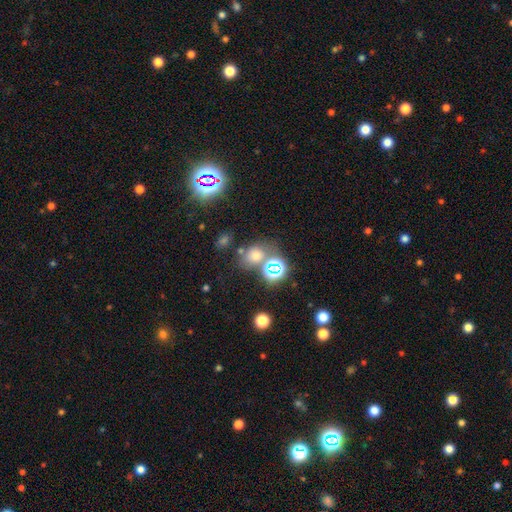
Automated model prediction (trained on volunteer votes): Smooth or featured?
  - smooth: 60% *
  - star or artifact: 30%
  - featured or disk: 10%
How rounded?
  - round: 60% *
  - in between: 39%
  - cigar-shaped: 1%
Merging?
  - none: 61% *
  - merger: 21%
  - minor disturbance: 12%
  - major disturbance: 6%